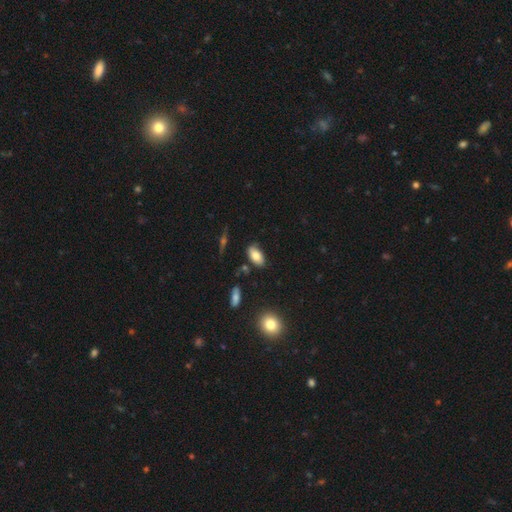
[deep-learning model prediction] smooth 79%, featured or disk 13%, star or artifact 8%. Down the decision tree: how rounded — in between (92%); merging — none (77%).